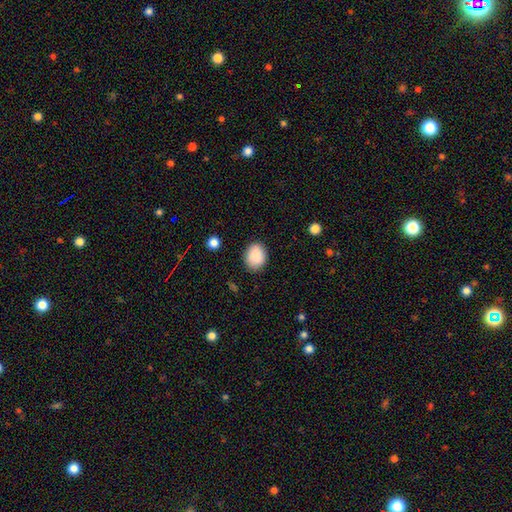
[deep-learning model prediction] A smooth galaxy with no disk features (88%) that is in between round and cigar-shaped (53%).

Vote fractions:
- Smooth or featured? smooth: 88% / star or artifact: 7% / featured or disk: 4%
- How rounded? in between: 53% / round: 46% / cigar-shaped: 1%
- Merging? none: 85% / minor disturbance: 11% / major disturbance: 3% / merger: 1%